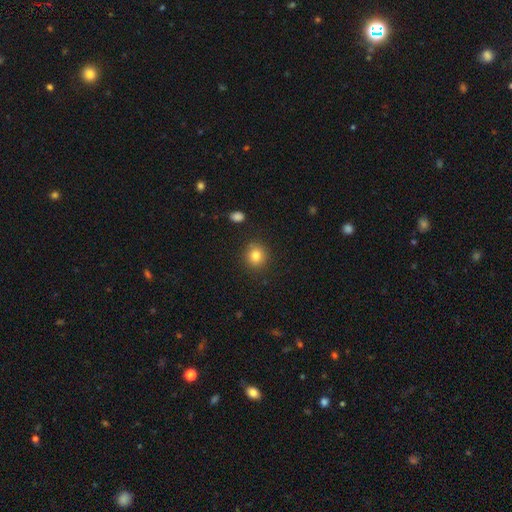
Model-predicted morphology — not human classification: Smooth or featured?
  - smooth: 81% *
  - star or artifact: 11%
  - featured or disk: 8%
How rounded?
  - round: 87% *
  - in between: 12%
  - cigar-shaped: 1%
Merging?
  - none: 87% *
  - minor disturbance: 8%
  - major disturbance: 2%
  - merger: 2%